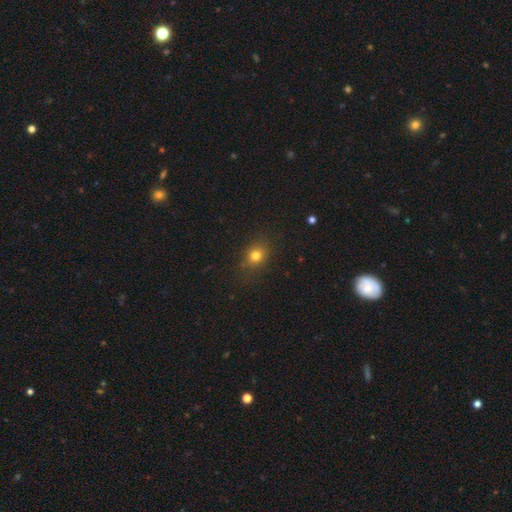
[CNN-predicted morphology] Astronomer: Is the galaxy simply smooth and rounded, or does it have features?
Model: smooth — 77%.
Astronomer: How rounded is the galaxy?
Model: round — 60% (runner-up: in between, 38%).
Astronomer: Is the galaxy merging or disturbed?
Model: none — 80%.